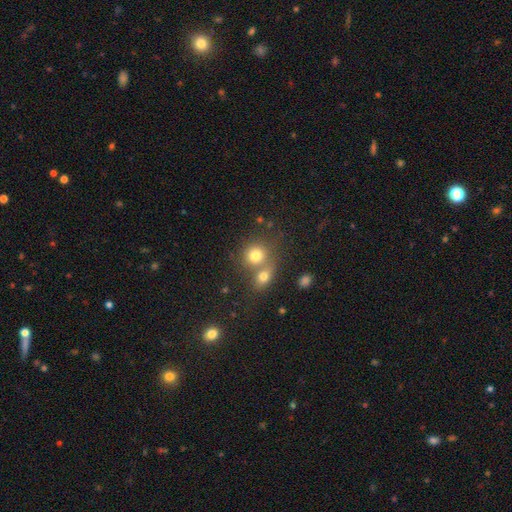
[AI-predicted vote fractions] smooth 76%, star or artifact 12%, featured or disk 12%. Down the decision tree: how rounded — round (79%); merging — merger (50%).